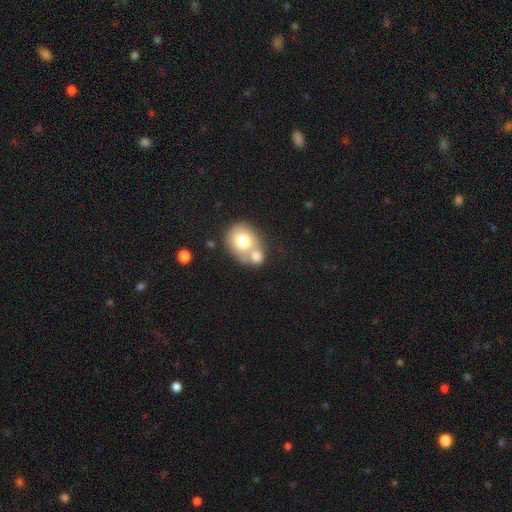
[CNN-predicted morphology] smooth-or-featured: smooth: 72% | featured or disk: 20% | star or artifact: 9%
  how-rounded: round: 63% | in between: 36% | cigar-shaped: 1%
  merging: merger: 58% | none: 30% | minor disturbance: 8% | major disturbance: 4%